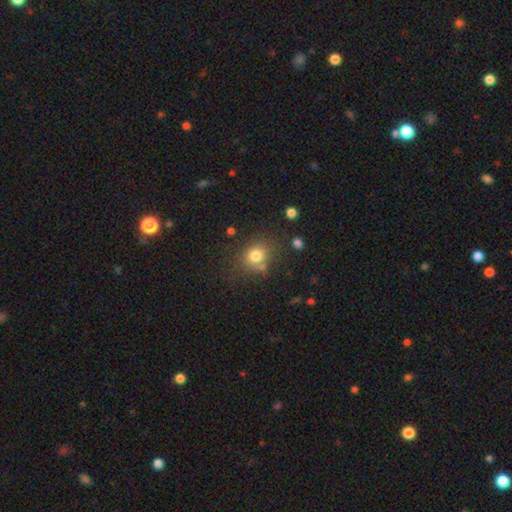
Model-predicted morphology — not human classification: Smooth or featured: smooth — 77% (star or artifact — 13%)
How rounded: round — 70% (in between — 29%)
Merging: none — 66% (minor disturbance — 17%)